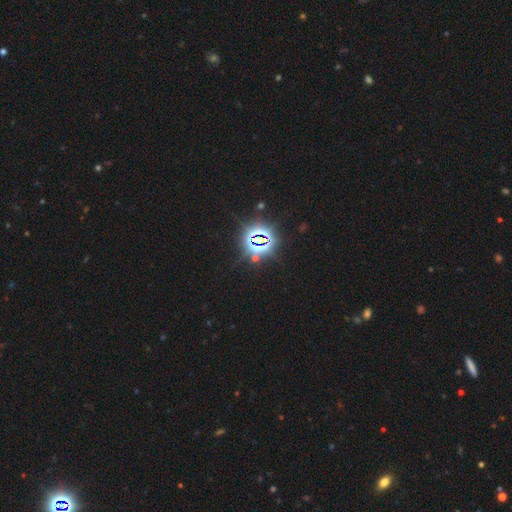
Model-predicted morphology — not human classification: Smooth or featured?
  - star or artifact: 82% *
  - smooth: 11%
  - featured or disk: 7%